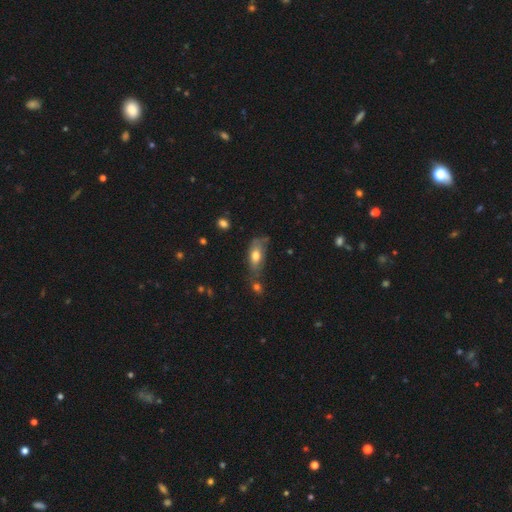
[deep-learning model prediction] Morphology: type=smooth (70%); roundness=in between (81%); merging=none (47%).